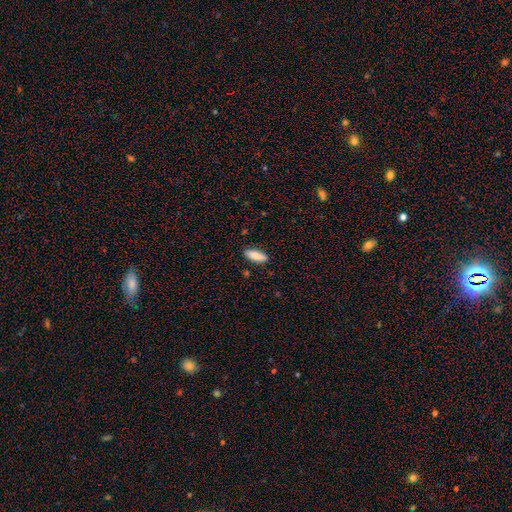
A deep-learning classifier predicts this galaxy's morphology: Smooth or featured? Predicted: smooth (p=0.85). How rounded? Predicted: in between (p=0.62). Merging? Predicted: none (p=0.87).